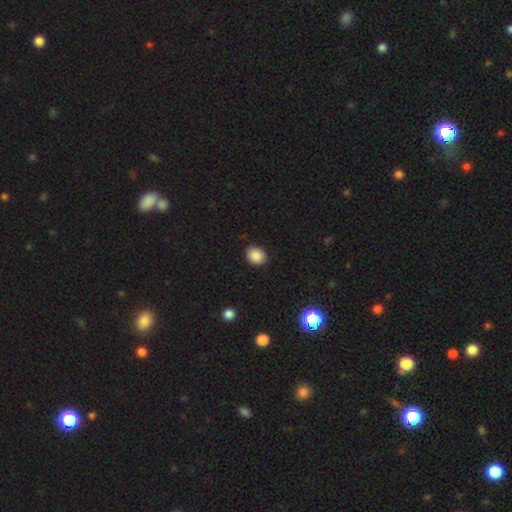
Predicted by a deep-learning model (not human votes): The model was most divided on "how rounded": round: 61%, in between: 38%, cigar-shaped: 1%. More confident: merging — none (89%); smooth or featured — smooth (87%).